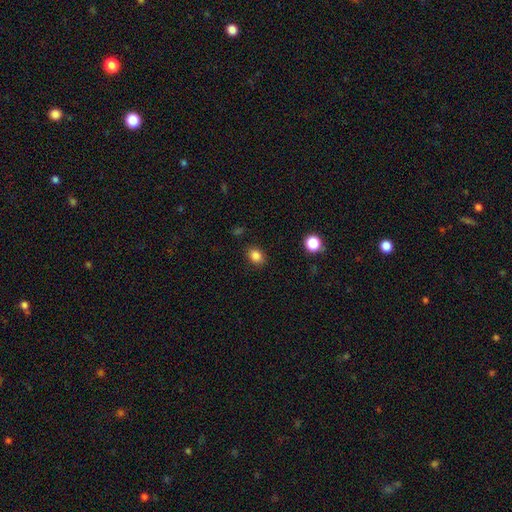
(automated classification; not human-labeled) This is clearly a smooth galaxy (84%). How rounded: possibly in between (53%). Merging: clearly none (86%).